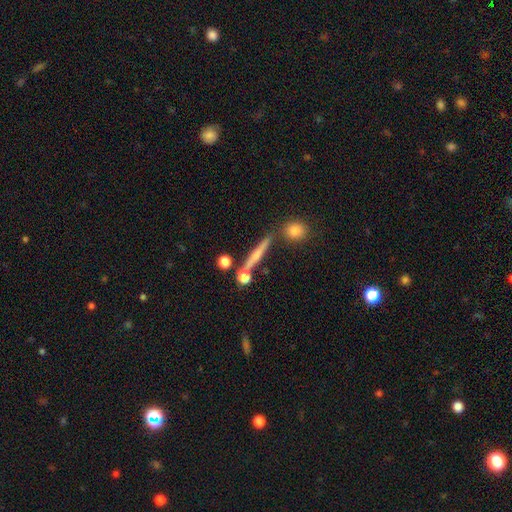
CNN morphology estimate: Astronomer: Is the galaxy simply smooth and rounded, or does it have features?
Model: smooth — 46% (runner-up: featured or disk, 44%).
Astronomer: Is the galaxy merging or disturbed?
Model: none — 76%.